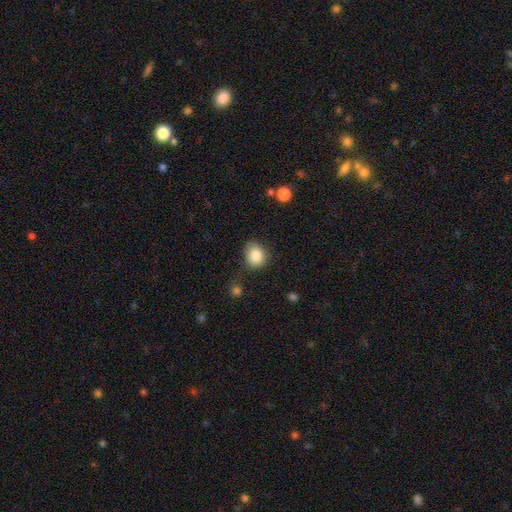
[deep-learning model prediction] smooth 84%, star or artifact 9%, featured or disk 7%. Down the decision tree: how rounded — round (66%); merging — none (70%).